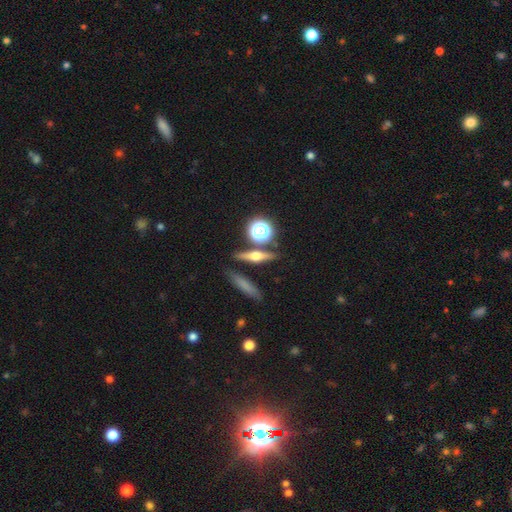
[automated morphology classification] Smooth or featured: featured or disk — 50% (smooth — 36%)
Merging: none — 82% (minor disturbance — 8%)